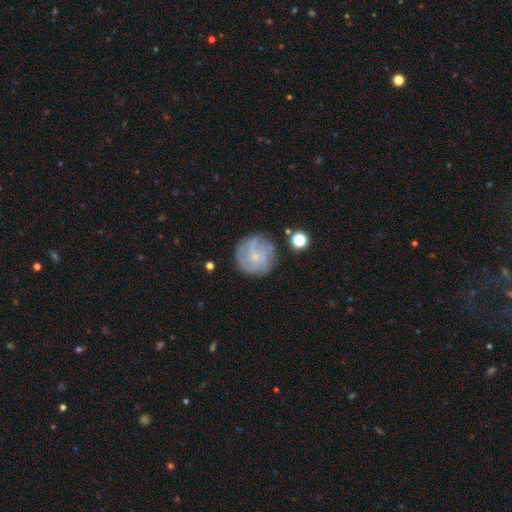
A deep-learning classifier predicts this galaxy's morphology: The model was most divided on "smooth or featured": featured or disk: 63%, smooth: 27%, star or artifact: 10%. More confident: edge-on disk — no (98%); spiral arms — yes (81%); bulge size — small (75%); bar — no (74%); merging — none (74%).